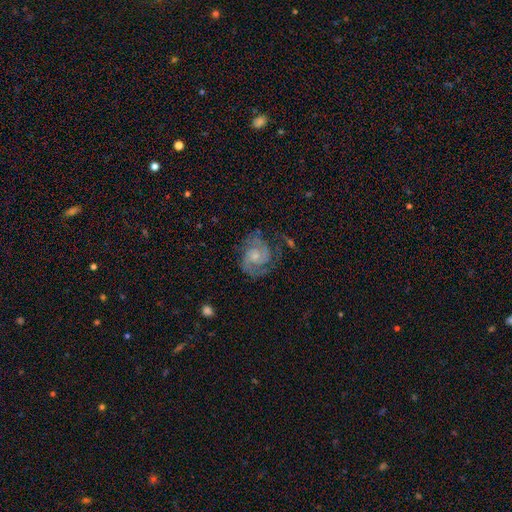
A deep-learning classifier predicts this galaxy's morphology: type=featured or disk (82%); edge-on=no (98%); bar=no (64%); spiral arms=yes (95%); winding=medium (45%); arm count=2 (68%); bulge=small (59%); merging=none (64%).